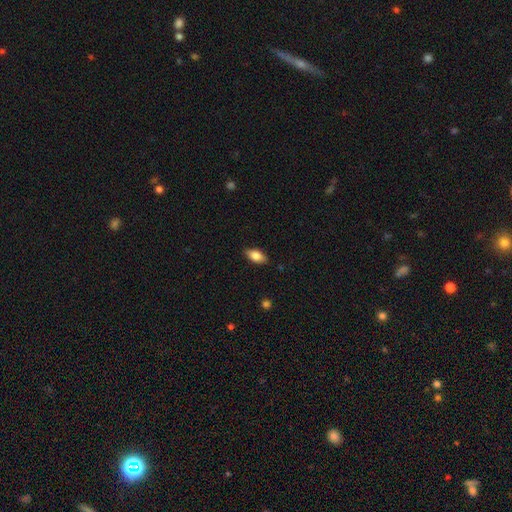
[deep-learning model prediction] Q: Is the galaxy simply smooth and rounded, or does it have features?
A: smooth — 81%.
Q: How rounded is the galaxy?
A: in between — 89%.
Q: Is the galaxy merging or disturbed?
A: none — 87%.